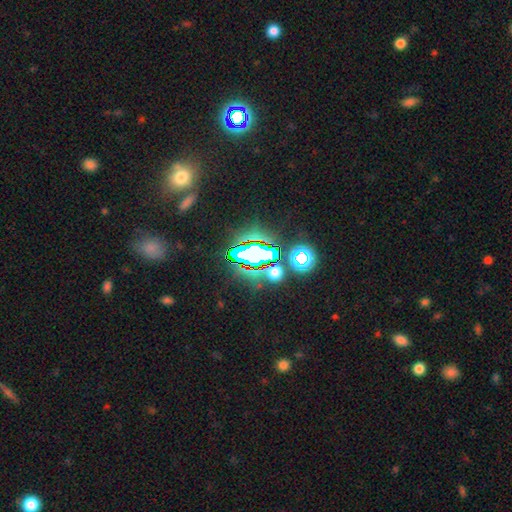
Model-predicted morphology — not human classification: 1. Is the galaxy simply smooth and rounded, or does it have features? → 67% star or artifact, 22% smooth, 11% featured or disk.